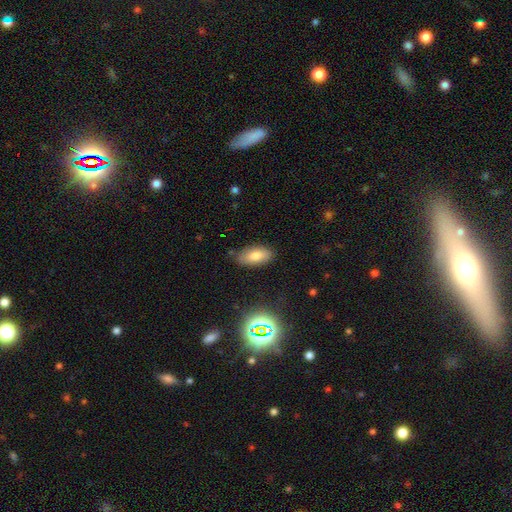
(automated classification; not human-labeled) The model was most divided on "smooth or featured": smooth: 75%, featured or disk: 14%, star or artifact: 11%. More confident: how rounded — in between (91%); merging — none (82%).